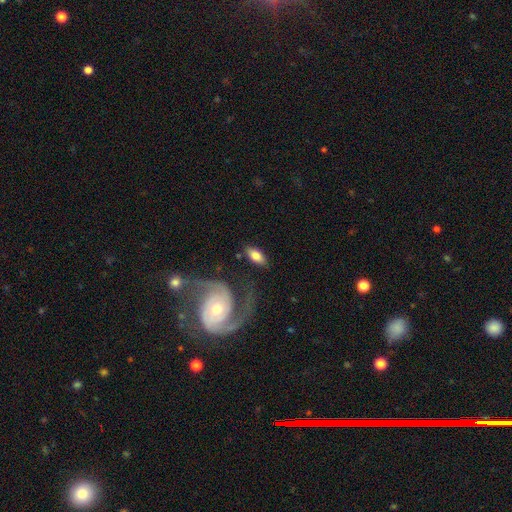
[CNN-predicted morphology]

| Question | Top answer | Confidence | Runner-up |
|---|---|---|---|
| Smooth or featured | smooth | 66% | featured or disk (28%) |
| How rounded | in between | 88% | cigar-shaped (9%) |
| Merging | none | 73% | minor disturbance (14%) |